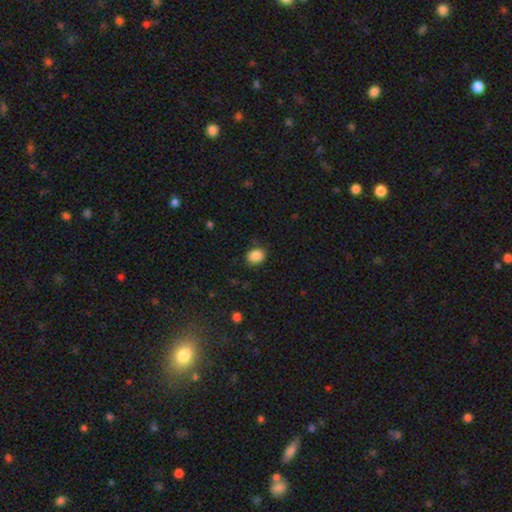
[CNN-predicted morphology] smooth 87%, star or artifact 9%, featured or disk 4%. Down the decision tree: how rounded — round (59%); merging — none (83%).